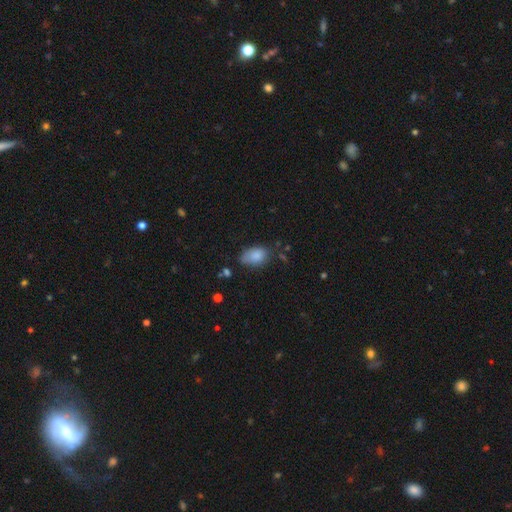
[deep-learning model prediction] Overall: smooth (84%). How rounded: in between (88%). Merging: none (56%; minor disturbance 32%).